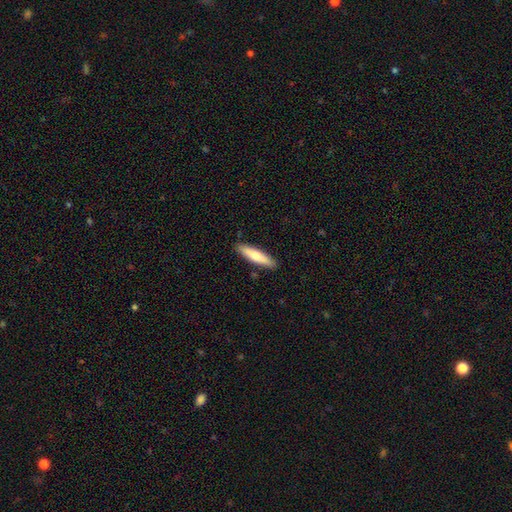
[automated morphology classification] smooth 68%, featured or disk 27%, star or artifact 5%. Down the decision tree: how rounded — cigar-shaped (79%); merging — none (89%).